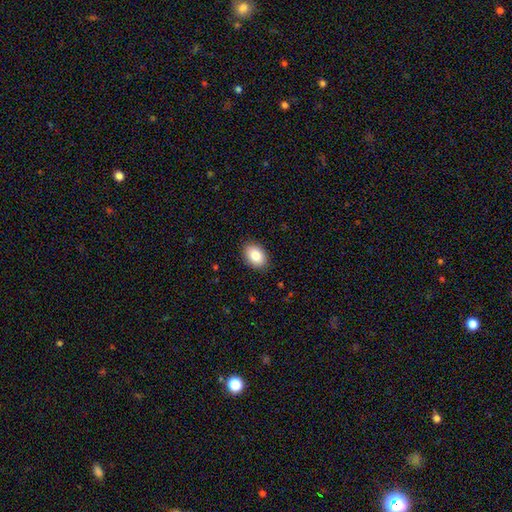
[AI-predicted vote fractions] smooth_or_featured: smooth (p=0.86) [alt: star or artifact p=0.07]
how_rounded: in between (p=0.84) [alt: round p=0.15]
merging: none (p=0.89) [alt: minor disturbance p=0.08]